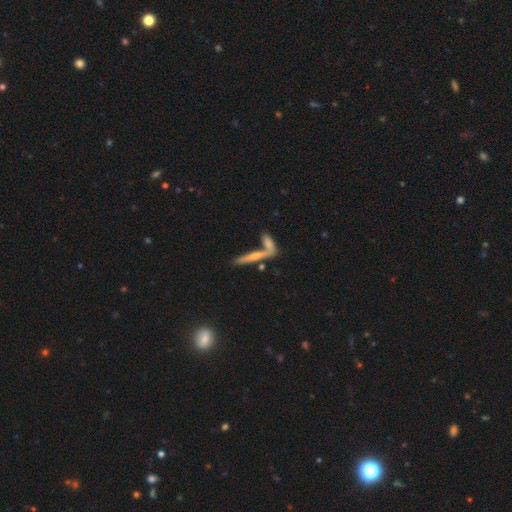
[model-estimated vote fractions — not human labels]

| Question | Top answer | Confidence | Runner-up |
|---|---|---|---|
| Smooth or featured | featured or disk | 46% | smooth (44%) |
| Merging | none | 49% | merger (37%) |